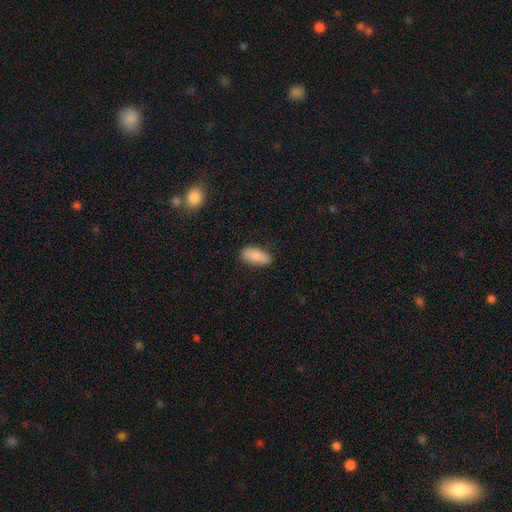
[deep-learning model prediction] Q: Smooth or featured?
A: smooth (85%); runner-up: featured or disk (9%)
Q: How rounded?
A: in between (85%); runner-up: cigar-shaped (12%)
Q: Merging?
A: none (81%); runner-up: minor disturbance (15%)